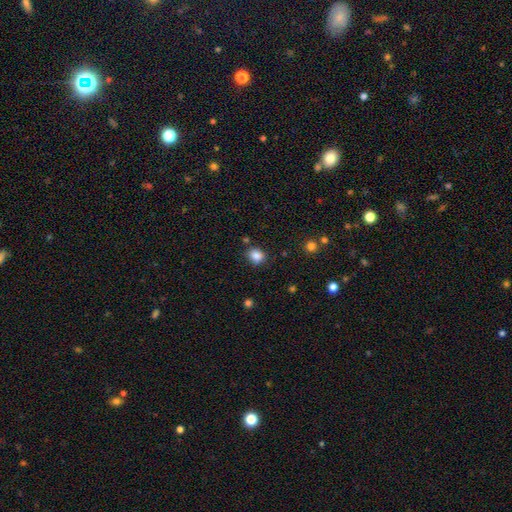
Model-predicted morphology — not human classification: Smooth or featured? Predicted: smooth (p=0.84). How rounded? Predicted: round (p=0.66). Merging? Predicted: none (p=0.79).